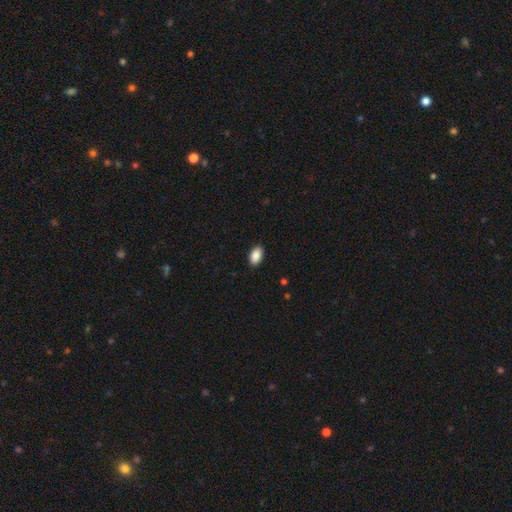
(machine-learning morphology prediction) Smooth or featured?
  - smooth: 89% *
  - star or artifact: 7%
  - featured or disk: 4%
How rounded?
  - in between: 93% *
  - round: 5%
  - cigar-shaped: 2%
Merging?
  - none: 90% *
  - minor disturbance: 8%
  - major disturbance: 2%
  - merger: 1%